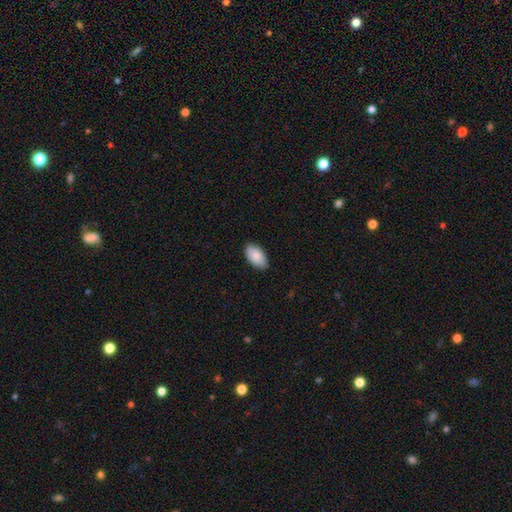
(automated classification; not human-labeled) This appears to be a smooth galaxy with no disk features (88%) that is in between round and cigar-shaped (95%). Merging: none (86%).